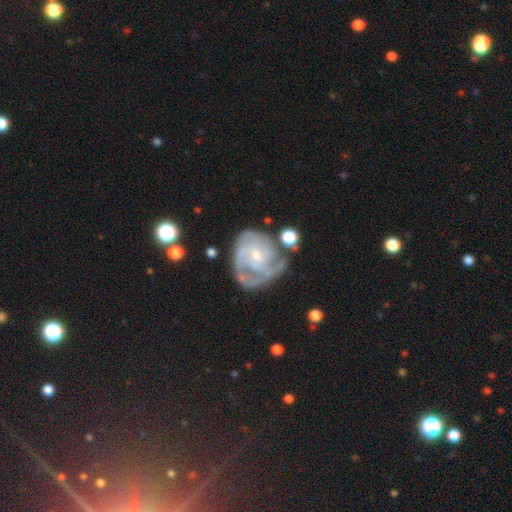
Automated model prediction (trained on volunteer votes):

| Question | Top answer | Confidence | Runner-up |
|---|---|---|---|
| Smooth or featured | featured or disk | 78% | smooth (15%) |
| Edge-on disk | no | 98% | yes (2%) |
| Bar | no | 62% | weak (33%) |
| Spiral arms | yes | 81% | no (19%) |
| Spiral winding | tight | 49% | medium (36%) |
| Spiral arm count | can't tell | 43% | 3 (21%) |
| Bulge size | small | 64% | moderate (28%) |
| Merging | none | 49% | minor disturbance (24%) |